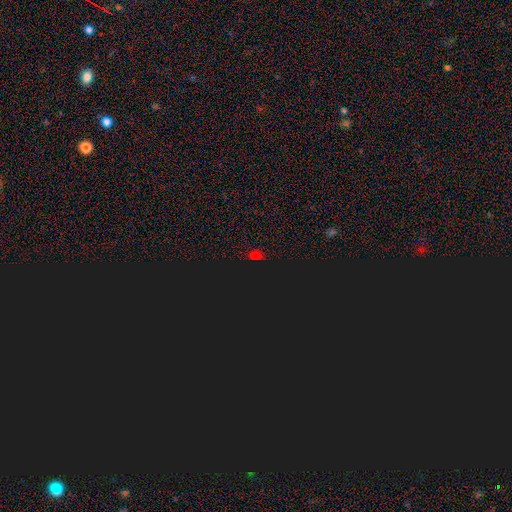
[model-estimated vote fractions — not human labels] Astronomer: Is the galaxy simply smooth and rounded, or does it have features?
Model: star or artifact — 51% (runner-up: smooth, 43%).